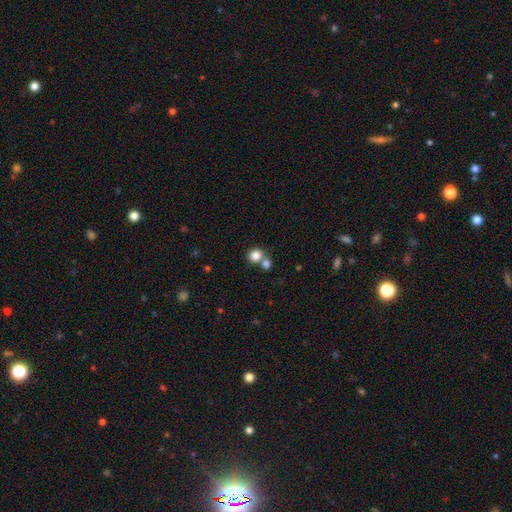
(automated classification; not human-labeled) smooth-or-featured: smooth: 83% | star or artifact: 11% | featured or disk: 7%
  how-rounded: round: 84% | in between: 15% | cigar-shaped: 1%
  merging: none: 53% | merger: 37% | minor disturbance: 7% | major disturbance: 3%